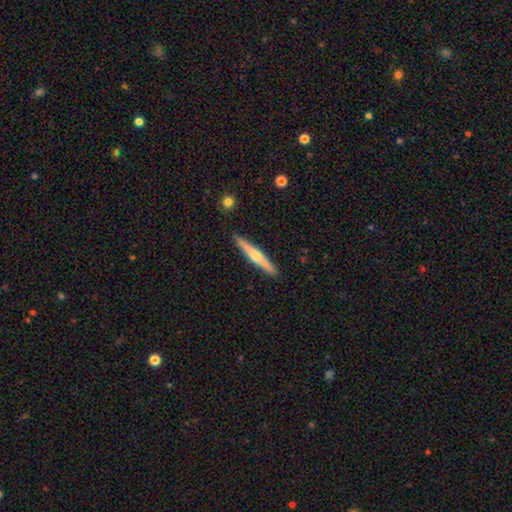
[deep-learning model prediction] Q: Smooth or featured?
A: featured or disk (63%); runner-up: smooth (32%)
Q: Edge-on disk?
A: yes (98%); runner-up: no (2%)
Q: Edge-on bulge?
A: rounded (89%); runner-up: none (8%)
Q: Merging?
A: none (92%); runner-up: minor disturbance (6%)